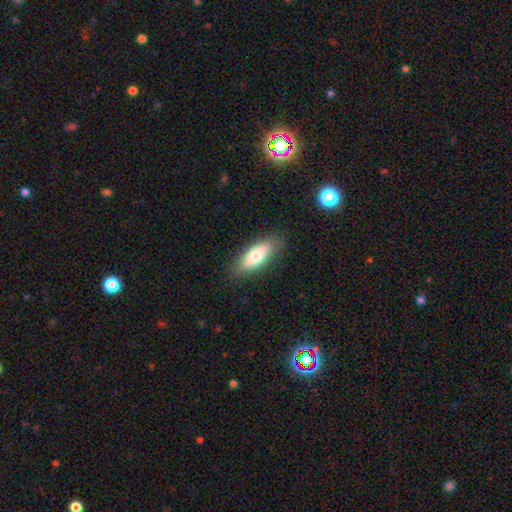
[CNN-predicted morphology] A smooth galaxy with no disk features (72%) that is in between round and cigar-shaped (74%).

Vote fractions:
- Smooth or featured? smooth: 72% / featured or disk: 22% / star or artifact: 6%
- How rounded? in between: 74% / cigar-shaped: 24% / round: 2%
- Merging? none: 85% / minor disturbance: 12% / major disturbance: 3% / merger: 1%